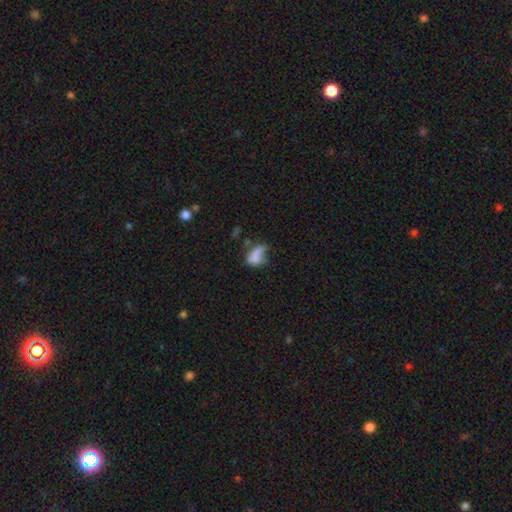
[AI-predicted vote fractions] Morphology: type=smooth (70%); roundness=in between (85%); merging=major disturbance (33%).